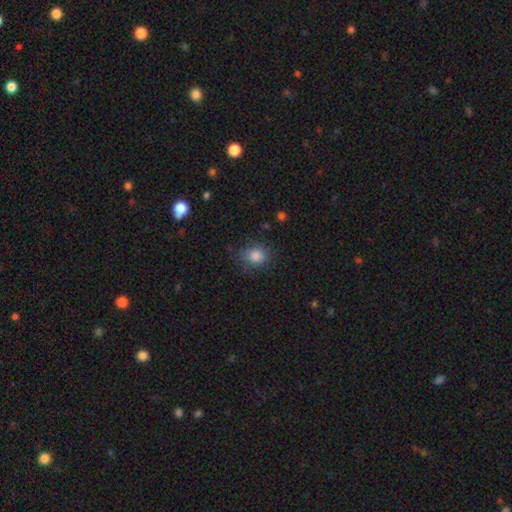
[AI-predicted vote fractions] The model was most divided on "how rounded": round: 55%, in between: 44%, cigar-shaped: 1%. More confident: smooth or featured — smooth (84%); merging — none (73%).